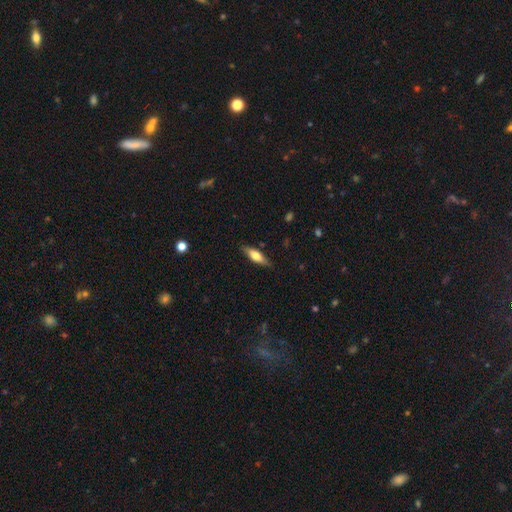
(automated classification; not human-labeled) smooth 60%, featured or disk 34%, star or artifact 6%. Down the decision tree: how rounded — cigar-shaped (53%); merging — none (84%).